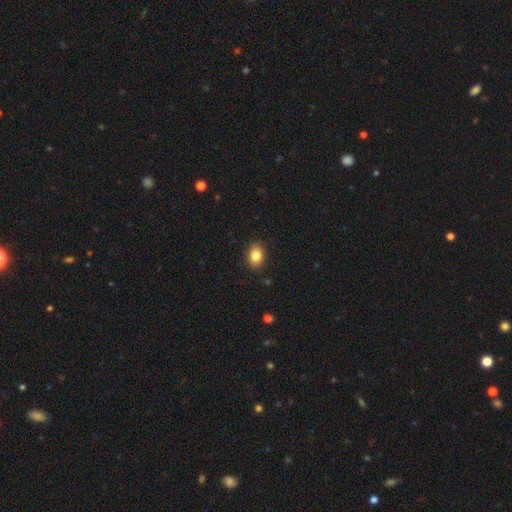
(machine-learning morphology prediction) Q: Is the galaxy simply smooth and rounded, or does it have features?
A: smooth — 85%.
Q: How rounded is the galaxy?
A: in between — 65%.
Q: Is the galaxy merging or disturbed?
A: none — 88%.